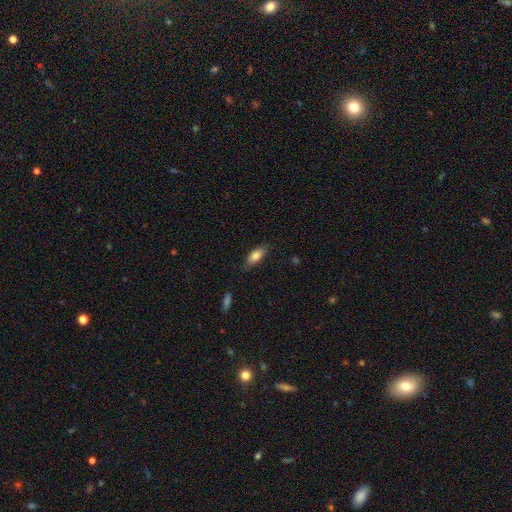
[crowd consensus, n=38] smooth-or-featured: smooth: 95% | star or artifact: 5% | featured or disk: 0%
  how-rounded: in between: 89% | cigar-shaped: 8% | round: 3%
  merging: none: 81% | minor disturbance: 17% | major disturbance: 3% | merger: 0%